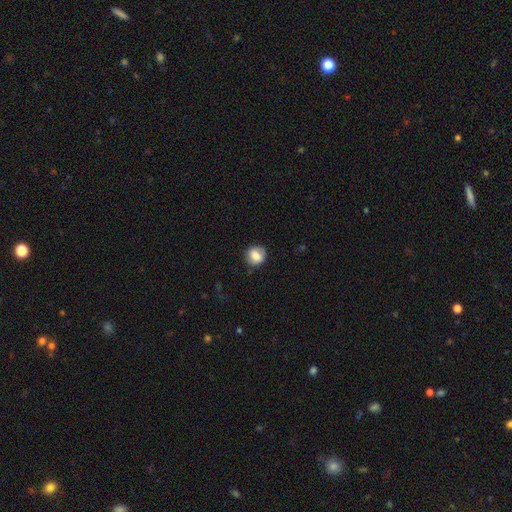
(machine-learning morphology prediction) smooth 78%, featured or disk 14%, star or artifact 8%. Down the decision tree: how rounded — round (76%); merging — none (76%).